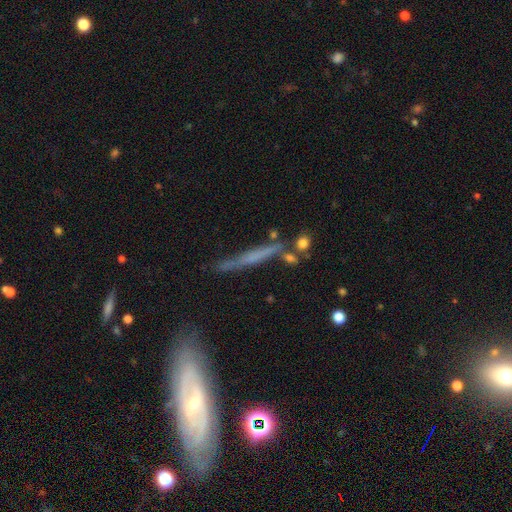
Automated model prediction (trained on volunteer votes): smooth_or_featured: featured or disk (p=0.50) [alt: smooth p=0.41]
merging: none (p=0.69) [alt: minor disturbance p=0.18]